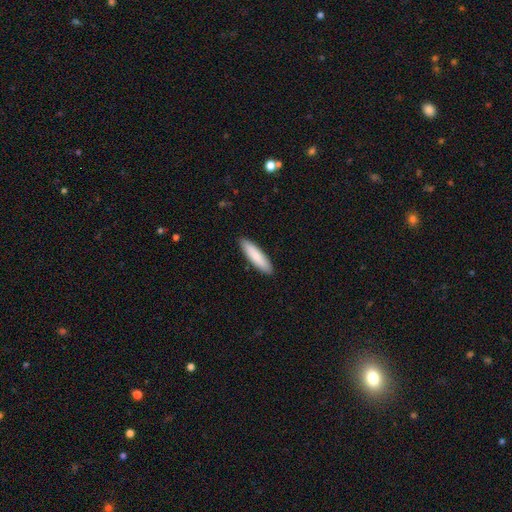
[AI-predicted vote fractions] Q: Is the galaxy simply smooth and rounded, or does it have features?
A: smooth — 86%.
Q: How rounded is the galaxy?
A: cigar-shaped — 73%.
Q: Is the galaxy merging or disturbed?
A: none — 91%.